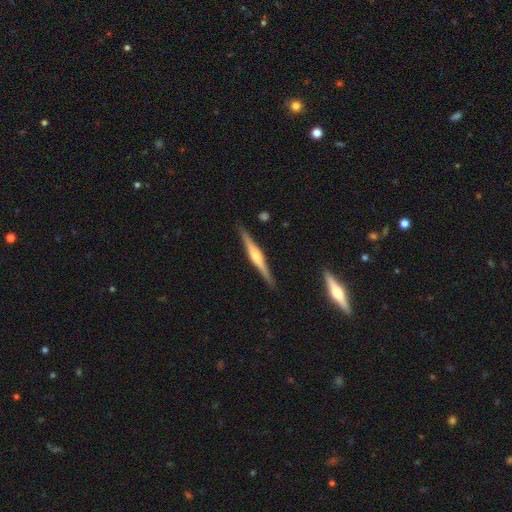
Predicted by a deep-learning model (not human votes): The model was most divided on "smooth or featured": featured or disk: 76%, smooth: 19%, star or artifact: 5%. More confident: edge-on disk — yes (98%); merging — none (90%); edge-on bulge — rounded (89%).